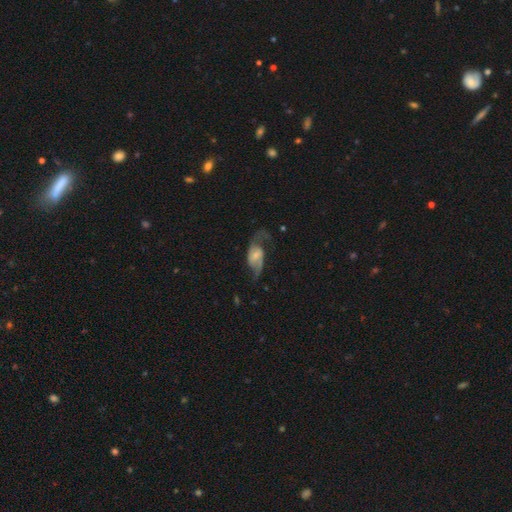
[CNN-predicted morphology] Q: Smooth or featured?
A: featured or disk (80%); runner-up: smooth (14%)
Q: Edge-on disk?
A: no (96%); runner-up: yes (4%)
Q: Bar?
A: weak (46%); runner-up: no (37%)
Q: Spiral arms?
A: yes (92%); runner-up: no (8%)
Q: Spiral winding?
A: loose (53%); runner-up: medium (37%)
Q: Spiral arm count?
A: 2 (88%); runner-up: 1 (5%)
Q: Bulge size?
A: small (50%); runner-up: moderate (33%)
Q: Merging?
A: none (55%); runner-up: major disturbance (24%)